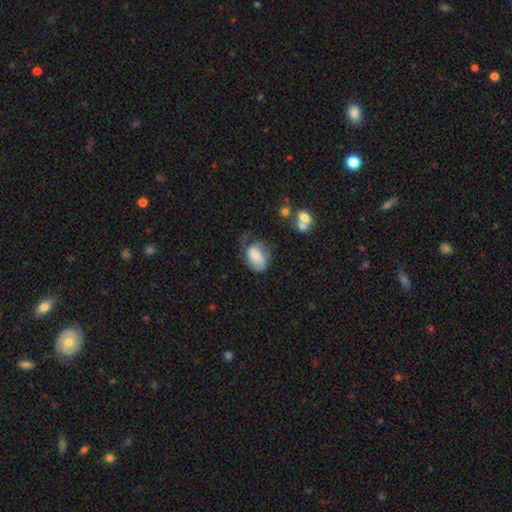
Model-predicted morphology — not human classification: Smooth or featured: smooth — 67% (featured or disk — 25%)
How rounded: in between — 81% (round — 17%)
Merging: major disturbance — 35% (minor disturbance — 32%)